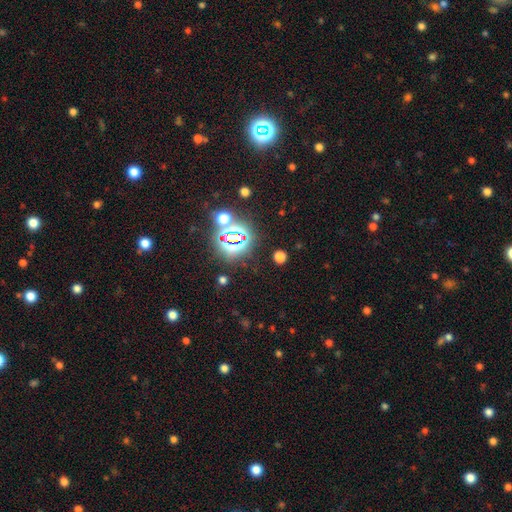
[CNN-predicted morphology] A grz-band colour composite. It shows a star or artifact, not a galaxy (83%).